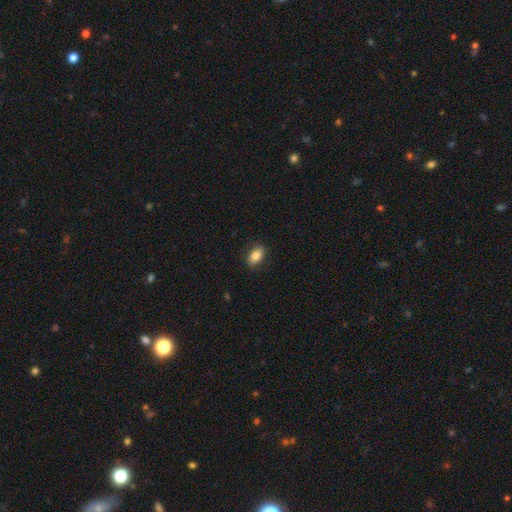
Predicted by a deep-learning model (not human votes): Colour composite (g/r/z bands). It shows a smooth galaxy with no disk features (82%) that is in between round and cigar-shaped (88%). Merging: none (87%).